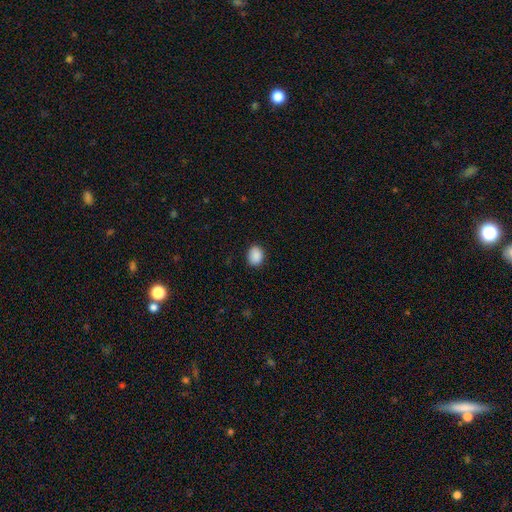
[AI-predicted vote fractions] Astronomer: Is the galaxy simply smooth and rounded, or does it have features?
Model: smooth — 90%.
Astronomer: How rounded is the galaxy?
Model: in between — 57% (runner-up: round, 42%).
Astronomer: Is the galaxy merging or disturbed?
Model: none — 88%.